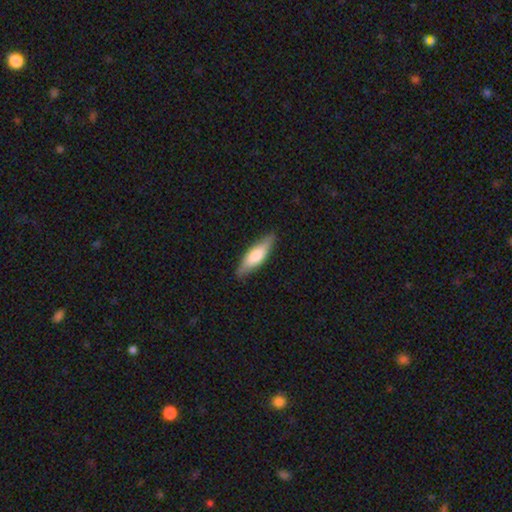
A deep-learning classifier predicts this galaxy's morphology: Smooth or featured? Predicted: smooth (p=0.64). How rounded? Predicted: cigar-shaped (p=0.57). Merging? Predicted: none (p=0.83).